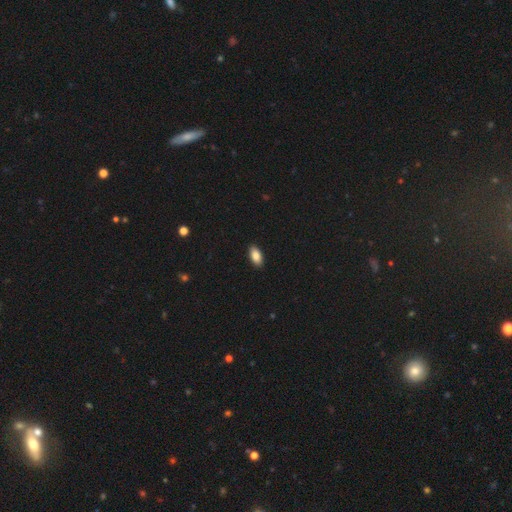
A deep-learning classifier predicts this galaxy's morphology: Overall: smooth (86%). How rounded: in between (92%). Merging: none (90%).